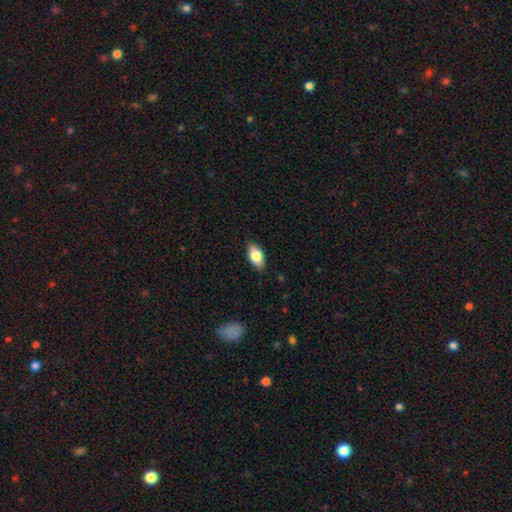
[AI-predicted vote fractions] Q: Smooth or featured?
A: smooth (82%); runner-up: featured or disk (12%)
Q: How rounded?
A: in between (92%); runner-up: round (4%)
Q: Merging?
A: none (86%); runner-up: minor disturbance (11%)